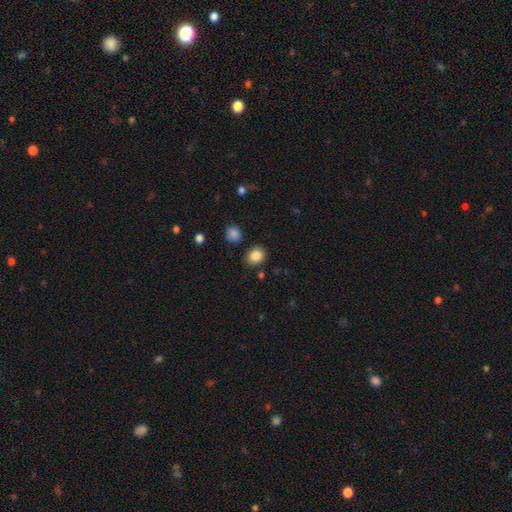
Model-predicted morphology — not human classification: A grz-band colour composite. It shows a smooth galaxy with no disk features (84%) that is round (68%). Merging: none (85%).